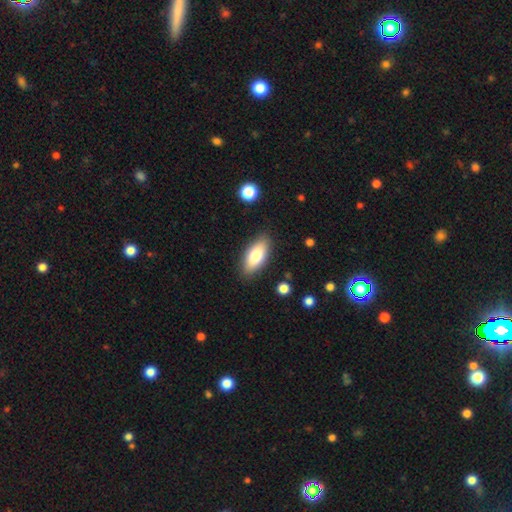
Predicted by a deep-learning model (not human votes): Smooth or featured? smooth (75%)
How rounded? in between (86%)
Merging? none (86%)